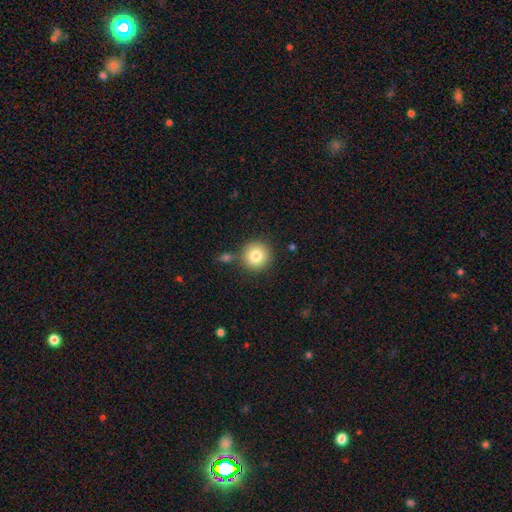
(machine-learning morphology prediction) The model was most divided on "merging": none: 80%, merger: 9%, minor disturbance: 8%, major disturbance: 3%. More confident: how rounded — round (95%); smooth or featured — smooth (82%).